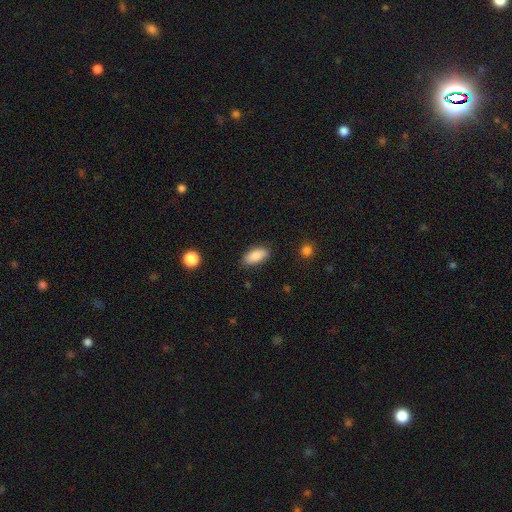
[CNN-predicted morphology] A smooth galaxy with no disk features (86%) that is in between round and cigar-shaped (89%).

Vote fractions:
- Smooth or featured? smooth: 86% / featured or disk: 7% / star or artifact: 7%
- How rounded? in between: 89% / cigar-shaped: 8% / round: 3%
- Merging? none: 83% / minor disturbance: 13% / major disturbance: 3% / merger: 1%